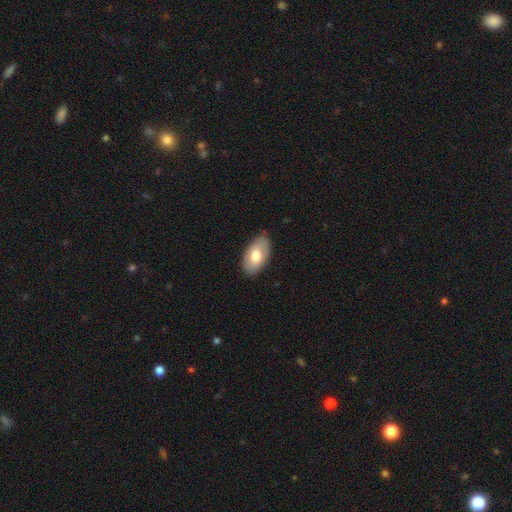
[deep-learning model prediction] smooth 72%, featured or disk 23%, star or artifact 6%. Down the decision tree: how rounded — in between (95%); merging — none (83%).